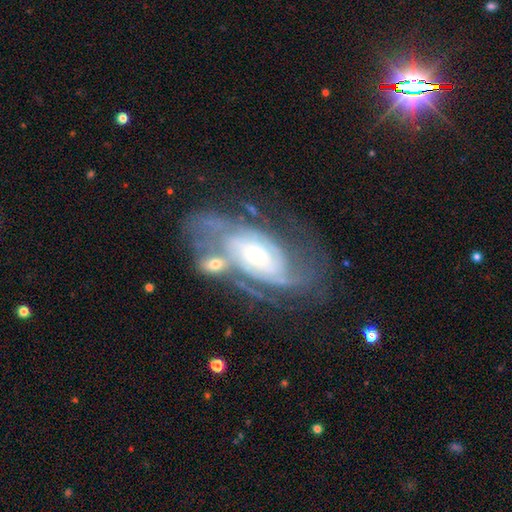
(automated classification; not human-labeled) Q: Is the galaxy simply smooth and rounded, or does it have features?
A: featured or disk — 86%.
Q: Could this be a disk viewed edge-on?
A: no — 95%.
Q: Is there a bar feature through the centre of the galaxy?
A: no — 62%.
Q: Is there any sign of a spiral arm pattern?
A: yes — 95%.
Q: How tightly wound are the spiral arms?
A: tight — 61%.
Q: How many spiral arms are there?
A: can't tell — 35%.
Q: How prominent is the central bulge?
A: small — 69%.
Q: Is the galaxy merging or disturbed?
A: none — 47%.